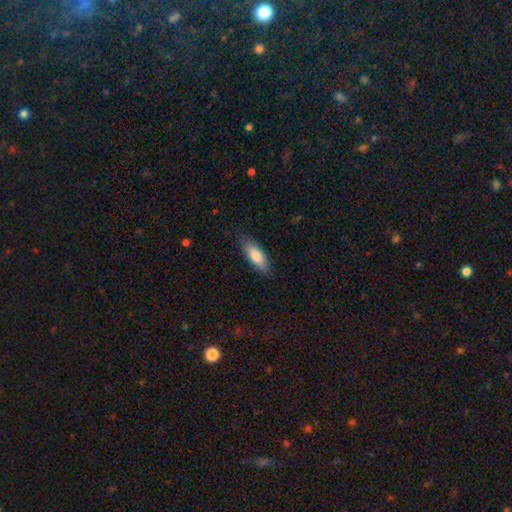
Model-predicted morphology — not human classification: smooth_or_featured: smooth (p=0.83) [alt: featured or disk p=0.11]
how_rounded: in between (p=0.75) [alt: cigar-shaped p=0.23]
merging: none (p=0.82) [alt: minor disturbance p=0.14]